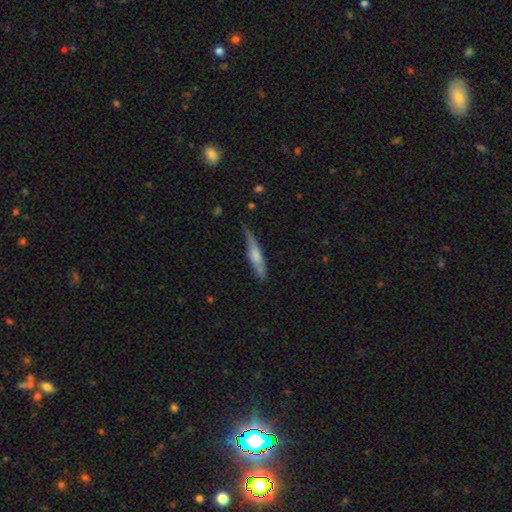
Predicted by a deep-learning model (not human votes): Smooth or featured: smooth — 58% (featured or disk — 36%)
How rounded: cigar-shaped — 84% (in between — 14%)
Merging: none — 60% (minor disturbance — 31%)